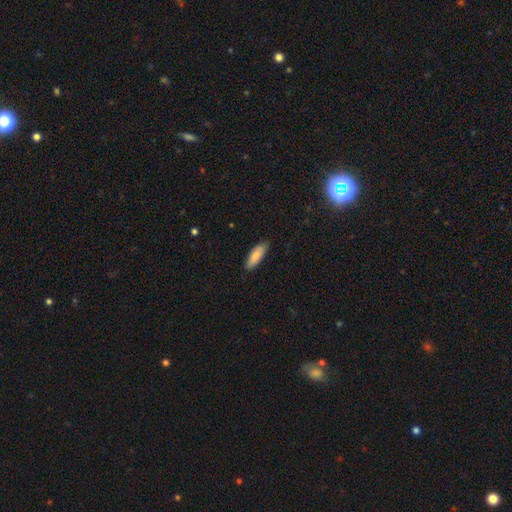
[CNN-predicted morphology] Smooth or featured?
  - smooth: 86% *
  - featured or disk: 9%
  - star or artifact: 5%
How rounded?
  - in between: 62% *
  - cigar-shaped: 36%
  - round: 2%
Merging?
  - none: 88% *
  - minor disturbance: 9%
  - major disturbance: 2%
  - merger: 1%